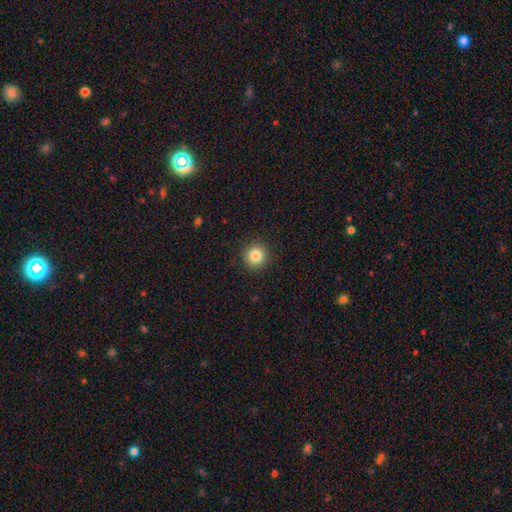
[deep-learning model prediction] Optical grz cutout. It shows a smooth galaxy with no disk features (84%) that is round (93%). Merging: none (92%).